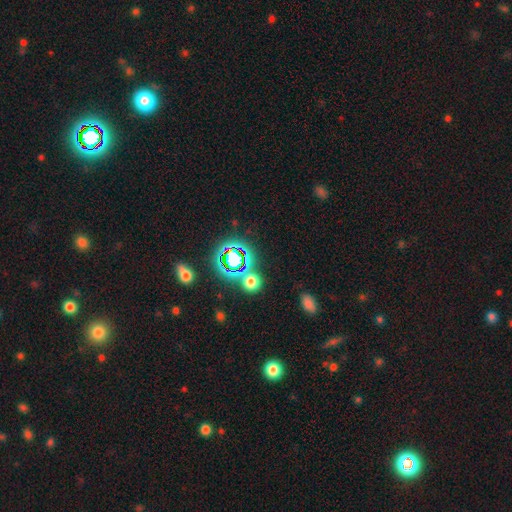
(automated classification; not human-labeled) A star or artifact, not a galaxy (73%).

Vote fractions:
- Smooth or featured? star or artifact: 73% / smooth: 19% / featured or disk: 8%